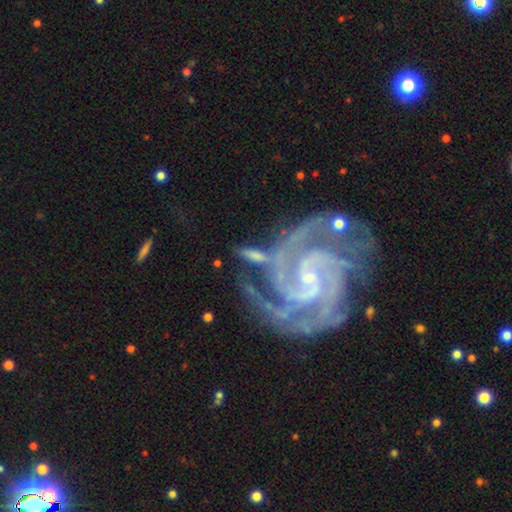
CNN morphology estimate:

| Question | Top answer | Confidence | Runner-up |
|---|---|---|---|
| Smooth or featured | featured or disk | 55% | smooth (36%) |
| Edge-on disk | no | 80% | yes (20%) |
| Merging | none | 54% | minor disturbance (19%) |